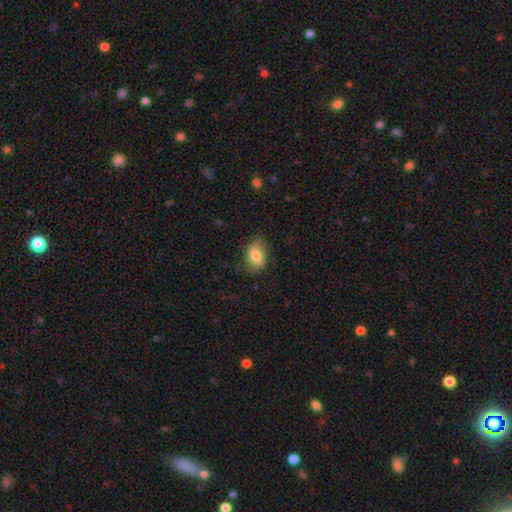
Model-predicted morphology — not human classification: This appears to be a smooth galaxy with no disk features (80%) that is in between round and cigar-shaped (82%). Merging: none (75%).